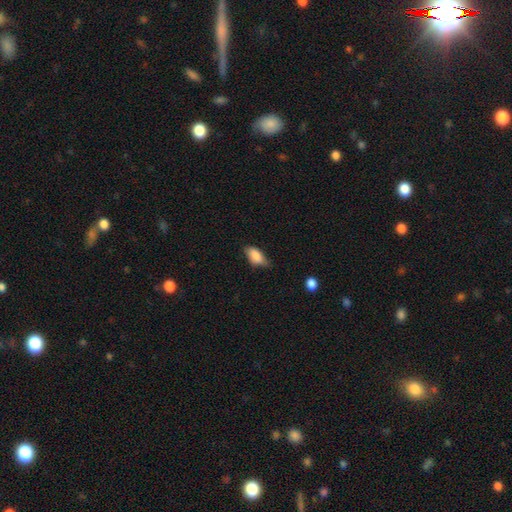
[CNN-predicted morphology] smooth-or-featured: smooth: 82% | featured or disk: 10% | star or artifact: 7%
  how-rounded: in between: 89% | cigar-shaped: 8% | round: 4%
  merging: none: 53% | minor disturbance: 37% | major disturbance: 7% | merger: 2%